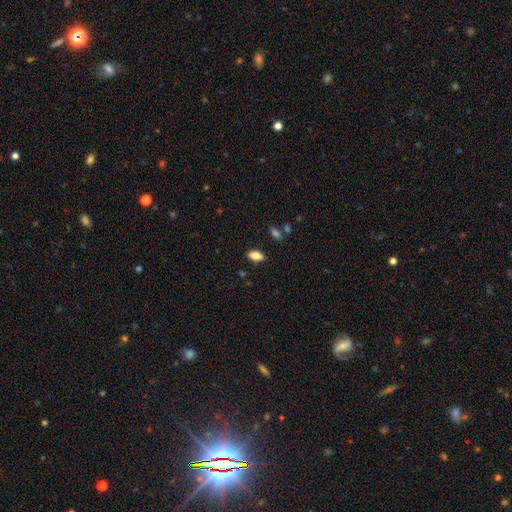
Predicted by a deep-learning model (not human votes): Overall: smooth (82%). How rounded: in between (88%). Merging: none (86%).